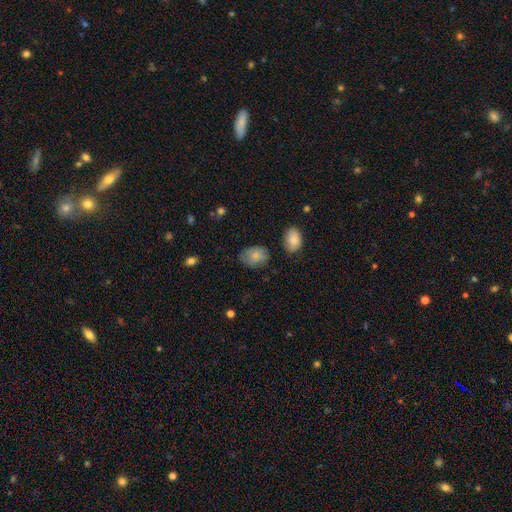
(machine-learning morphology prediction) A smooth galaxy with no disk features (81%) that is in between round and cigar-shaped (78%).

Vote fractions:
- Smooth or featured? smooth: 81% / featured or disk: 12% / star or artifact: 7%
- How rounded? in between: 78% / round: 21% / cigar-shaped: 1%
- Merging? none: 71% / minor disturbance: 21% / major disturbance: 5% / merger: 3%